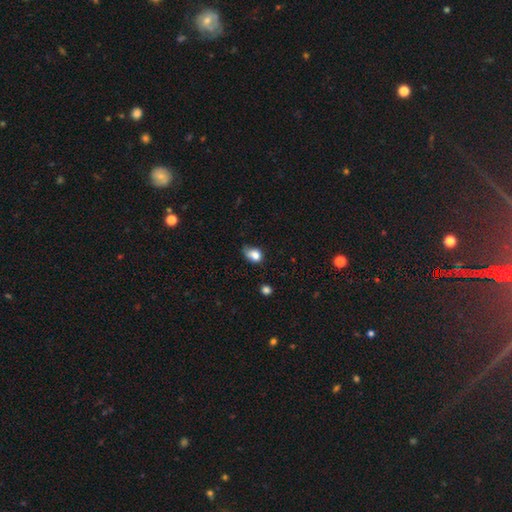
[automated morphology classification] Smooth or featured? Predicted: smooth (p=0.80). How rounded? Predicted: in between (p=0.63). Merging? Predicted: minor disturbance (p=0.44).